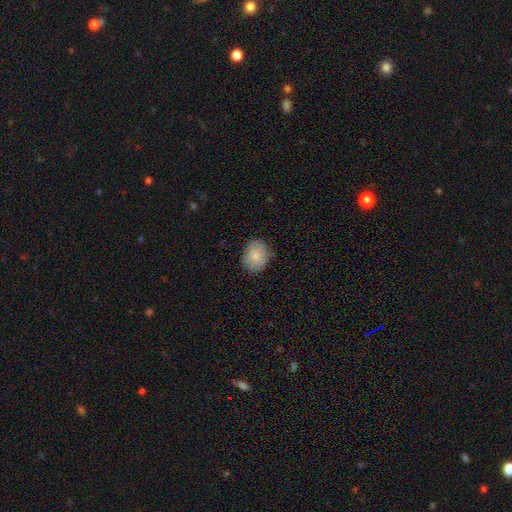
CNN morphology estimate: This appears to be a smooth galaxy with no disk features (75%) that is round (55%). Merging: none (76%).